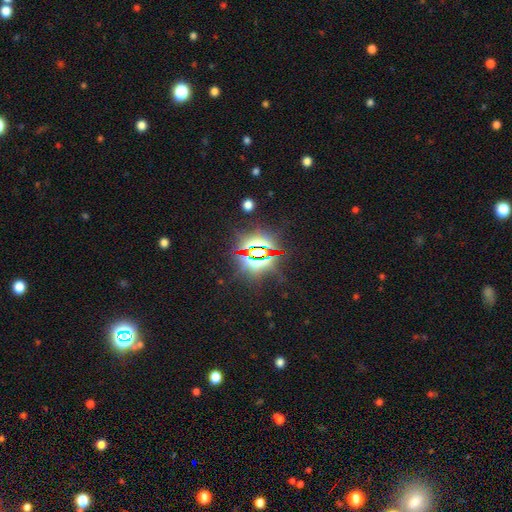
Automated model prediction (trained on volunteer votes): A star or artifact, not a galaxy (81%).

Vote fractions:
- Smooth or featured? star or artifact: 81% / smooth: 11% / featured or disk: 8%